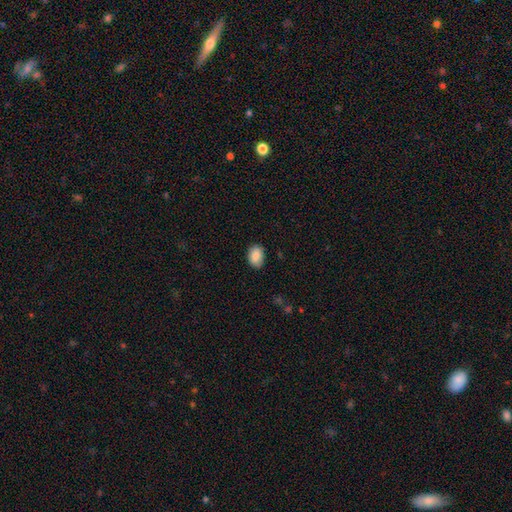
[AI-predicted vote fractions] Smooth or featured? Predicted: smooth (p=0.88). How rounded? Predicted: in between (p=0.80). Merging? Predicted: none (p=0.83).